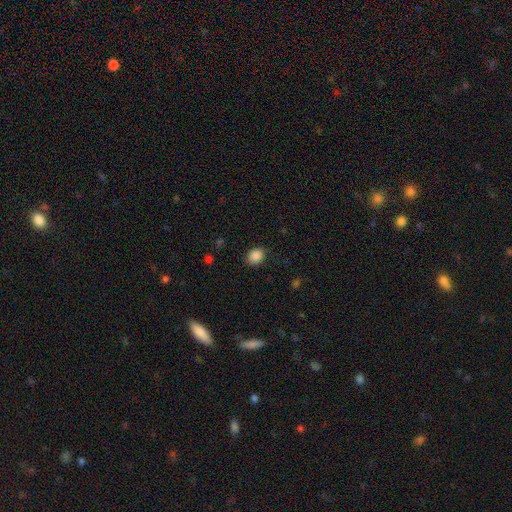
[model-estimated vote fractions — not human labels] A smooth galaxy with no disk features (87%) that is round (56%). Merging: none (85%).